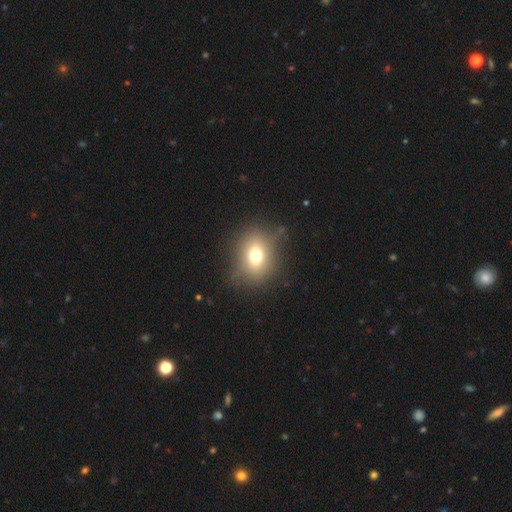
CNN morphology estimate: This is likely a smooth galaxy (71%). How rounded: possibly round (54%). Merging: likely none (76%).